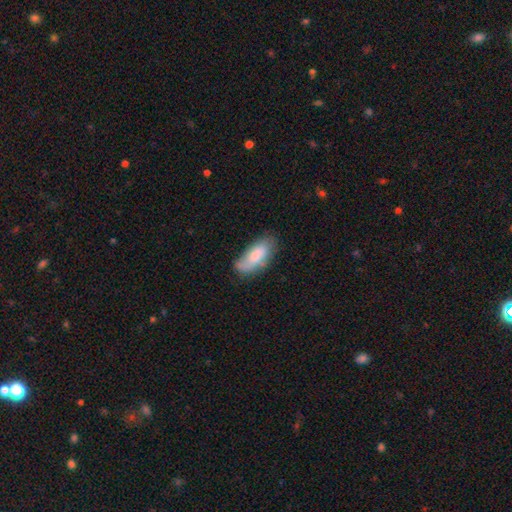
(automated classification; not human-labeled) Smooth or featured: smooth — 75% (featured or disk — 19%)
How rounded: in between — 85% (cigar-shaped — 13%)
Merging: none — 59% (minor disturbance — 29%)